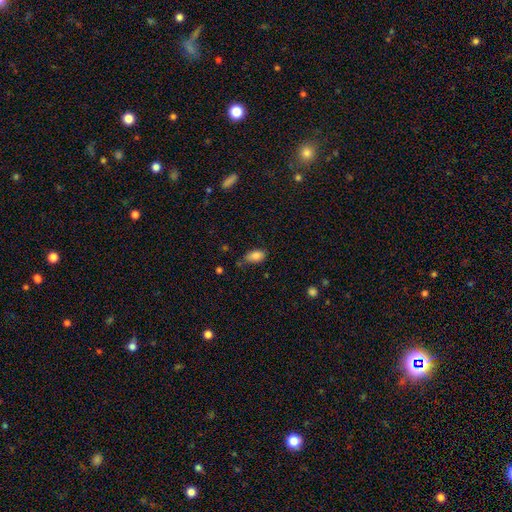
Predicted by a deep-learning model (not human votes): smooth 85%, star or artifact 9%, featured or disk 6%. Down the decision tree: how rounded — in between (90%); merging — none (68%).